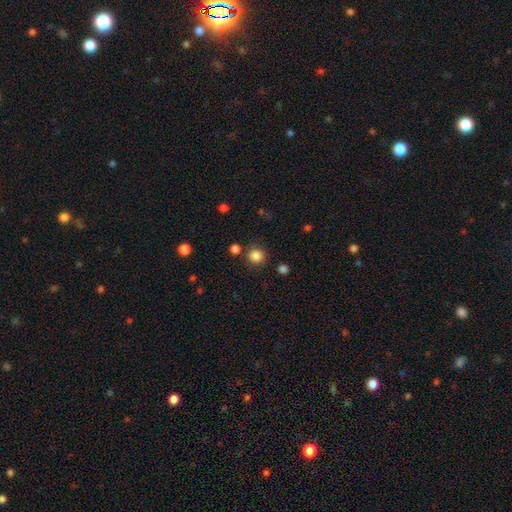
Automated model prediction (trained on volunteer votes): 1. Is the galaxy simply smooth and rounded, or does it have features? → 85% smooth, 11% star or artifact, 4% featured or disk.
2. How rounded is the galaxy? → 92% round, 7% in between, 1% cigar-shaped.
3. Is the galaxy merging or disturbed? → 82% none, 9% minor disturbance, 5% merger, 3% major disturbance.